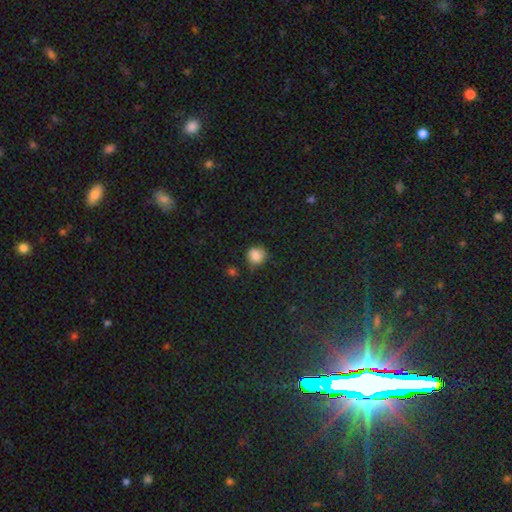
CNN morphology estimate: type=smooth (81%); roundness=round (87%); merging=none (70%).